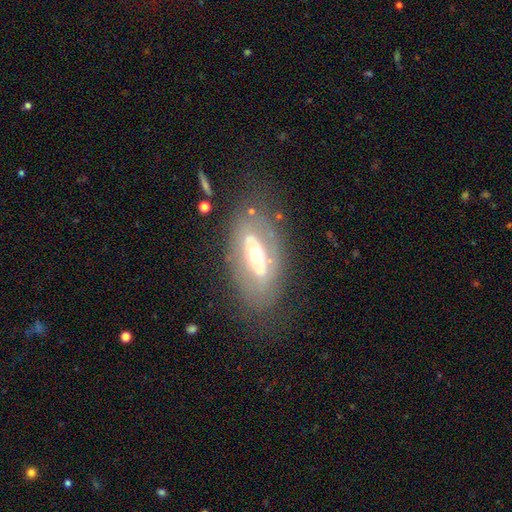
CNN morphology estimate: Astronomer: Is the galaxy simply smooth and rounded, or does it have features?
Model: featured or disk — 67%.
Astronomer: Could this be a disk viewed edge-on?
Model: no — 87%.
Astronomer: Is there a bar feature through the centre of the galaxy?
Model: no — 53%.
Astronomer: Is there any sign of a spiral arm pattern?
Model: no — 70%.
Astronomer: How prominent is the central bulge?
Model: moderate — 68%.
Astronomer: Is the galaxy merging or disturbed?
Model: none — 70%.